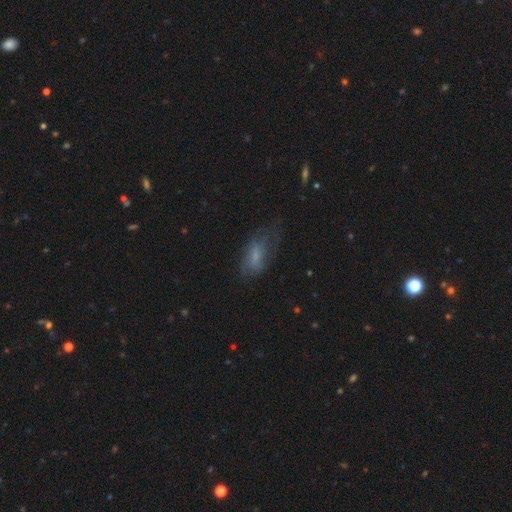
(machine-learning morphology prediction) The model was most divided on "merging": none: 44%, minor disturbance: 28%, major disturbance: 26%, merger: 2%. More confident: how rounded — in between (82%); smooth or featured — smooth (56%).